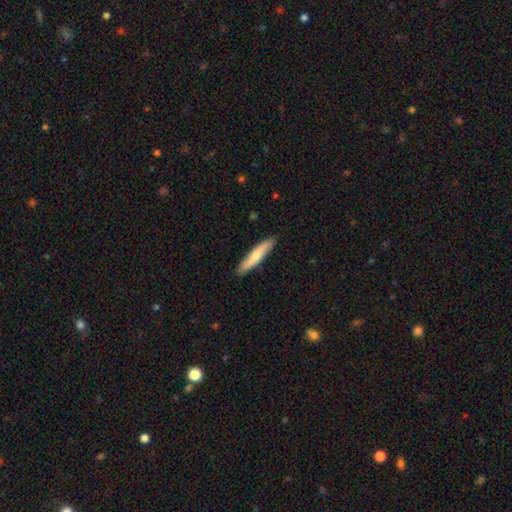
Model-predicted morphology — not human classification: Q: Smooth or featured?
A: smooth (70%); runner-up: featured or disk (25%)
Q: How rounded?
A: cigar-shaped (88%); runner-up: in between (11%)
Q: Merging?
A: none (89%); runner-up: minor disturbance (9%)